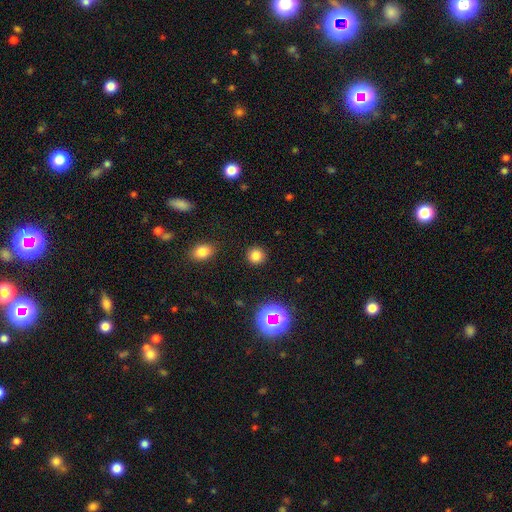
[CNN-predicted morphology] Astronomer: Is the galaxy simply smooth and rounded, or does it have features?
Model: smooth — 80%.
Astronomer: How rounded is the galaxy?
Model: round — 92%.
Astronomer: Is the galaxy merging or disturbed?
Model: none — 91%.